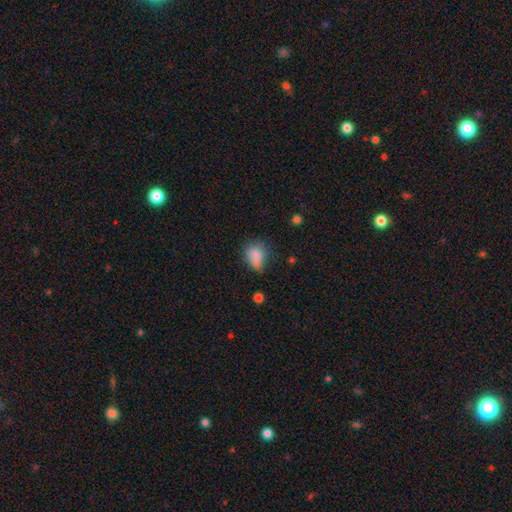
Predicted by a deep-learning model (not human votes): Q: Smooth or featured?
A: smooth (78%); runner-up: star or artifact (11%)
Q: How rounded?
A: in between (68%); runner-up: round (30%)
Q: Merging?
A: none (40%); runner-up: minor disturbance (37%)